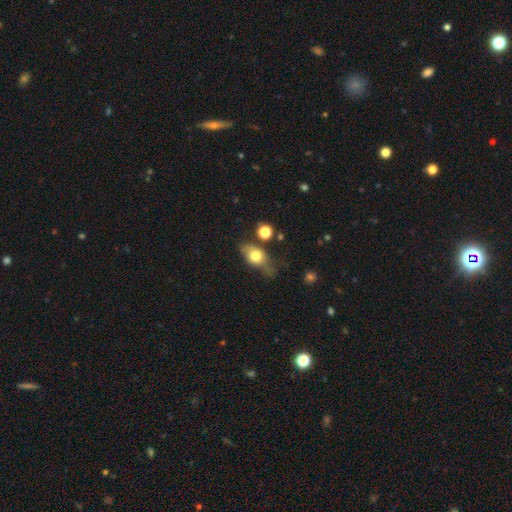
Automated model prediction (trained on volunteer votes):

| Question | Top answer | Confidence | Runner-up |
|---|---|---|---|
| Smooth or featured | smooth | 65% | featured or disk (26%) |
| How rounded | in between | 70% | round (24%) |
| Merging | none | 49% | minor disturbance (30%) |